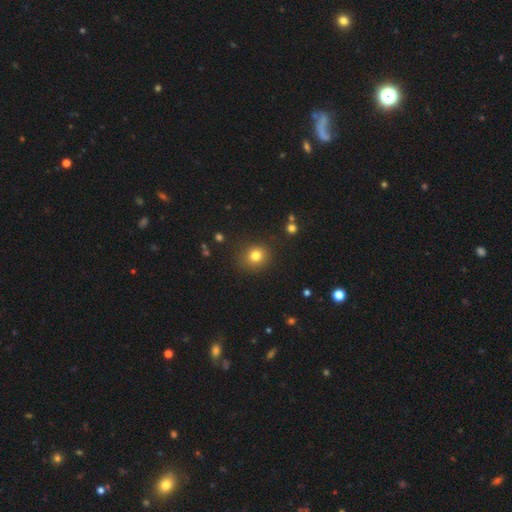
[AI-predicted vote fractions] smooth_or_featured: smooth (p=0.80) [alt: star or artifact p=0.13]
how_rounded: round (p=0.86) [alt: in between p=0.13]
merging: none (p=0.86) [alt: minor disturbance p=0.09]